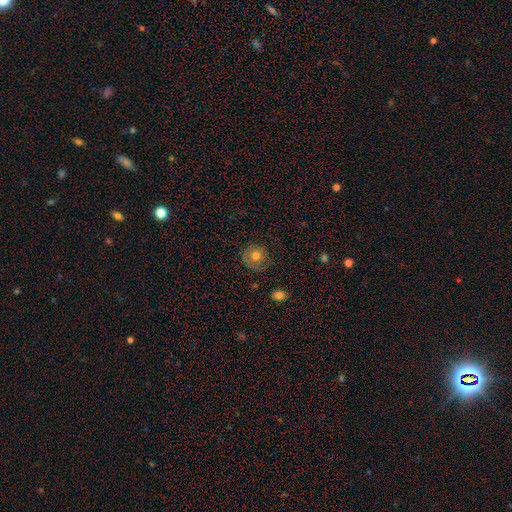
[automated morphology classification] smooth 67%, featured or disk 23%, star or artifact 10%. Down the decision tree: how rounded — round (88%); merging — none (74%).